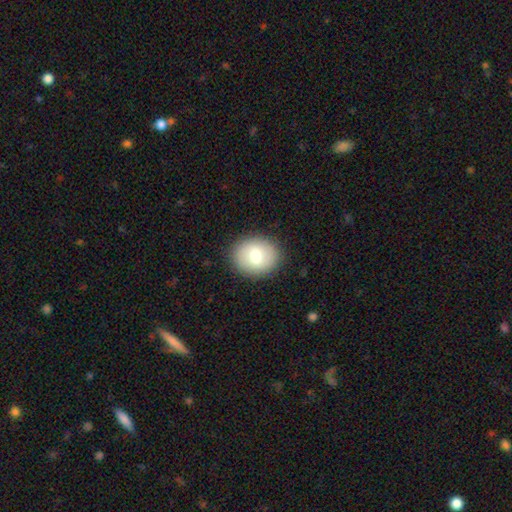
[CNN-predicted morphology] A smooth galaxy with no disk features (74%) that is round (58%).

Vote fractions:
- Smooth or featured? smooth: 74% / featured or disk: 18% / star or artifact: 8%
- How rounded? round: 58% / in between: 41% / cigar-shaped: 1%
- Merging? none: 89% / minor disturbance: 8% / major disturbance: 3% / merger: 1%